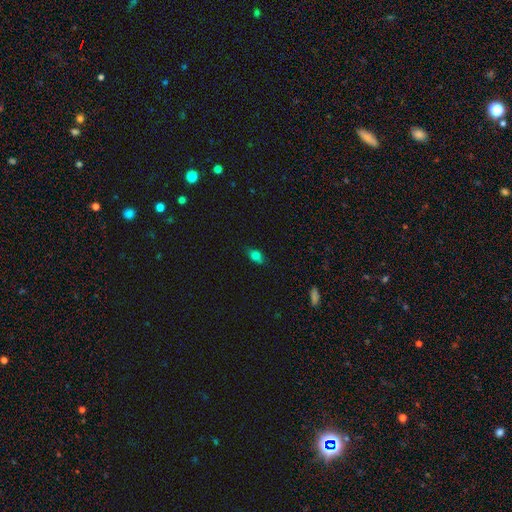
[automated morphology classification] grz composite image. It shows a smooth galaxy with no disk features (76%) that is in between round and cigar-shaped (76%). Merging: none (77%).